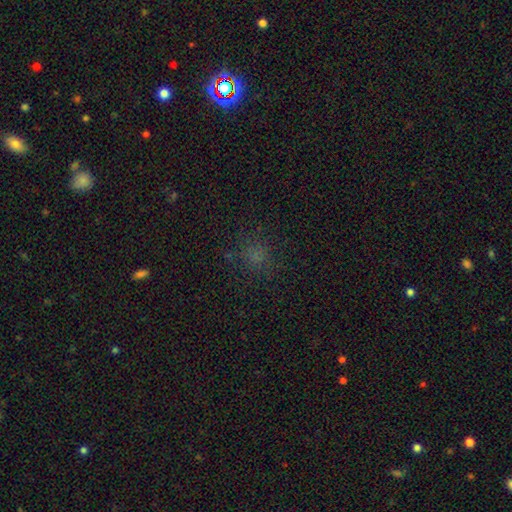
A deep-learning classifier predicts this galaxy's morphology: smooth-or-featured: smooth: 63% | star or artifact: 29% | featured or disk: 8%
  how-rounded: round: 81% | in between: 17% | cigar-shaped: 1%
  merging: none: 78% | minor disturbance: 13% | major disturbance: 7% | merger: 2%